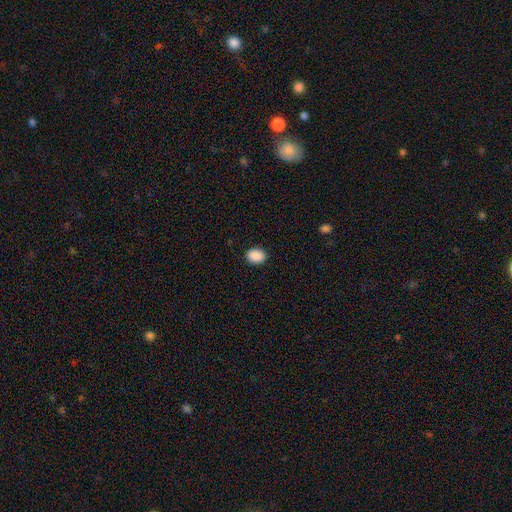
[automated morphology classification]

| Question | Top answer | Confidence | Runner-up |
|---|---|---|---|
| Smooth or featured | smooth | 90% | star or artifact (8%) |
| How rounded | in between | 65% | round (34%) |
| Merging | none | 90% | minor disturbance (7%) |